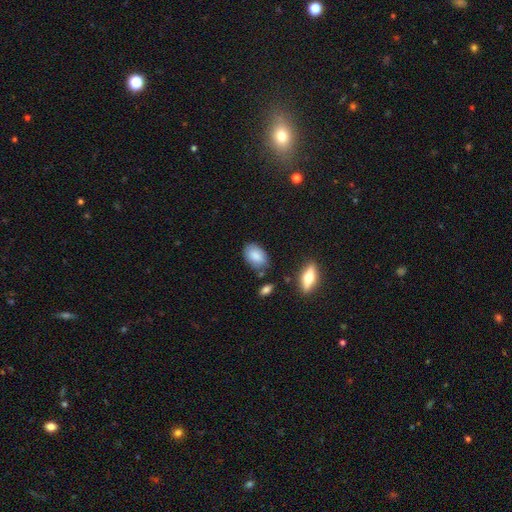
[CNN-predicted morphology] Q: Smooth or featured?
A: smooth (82%); runner-up: featured or disk (11%)
Q: How rounded?
A: in between (89%); runner-up: round (9%)
Q: Merging?
A: none (73%); runner-up: minor disturbance (20%)